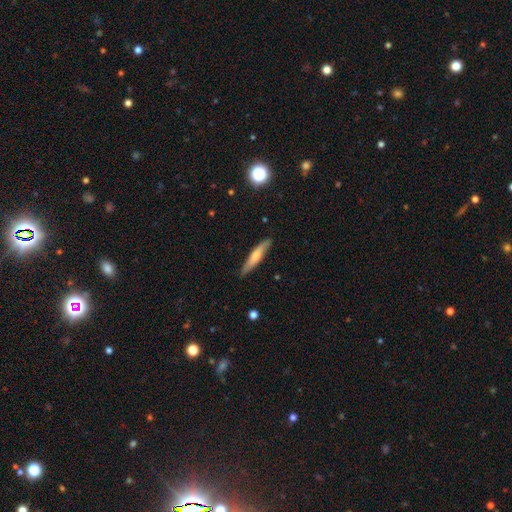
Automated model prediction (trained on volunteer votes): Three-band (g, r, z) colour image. It shows a smooth galaxy with no disk features (59%) that is cigar-shaped (89%). Merging: none (85%).